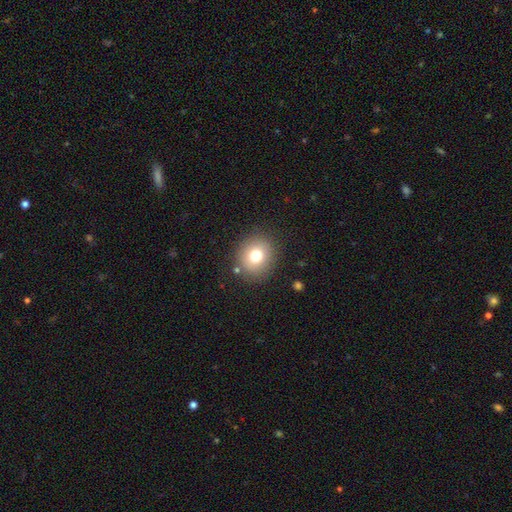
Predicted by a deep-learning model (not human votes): A smooth galaxy with no disk features (75%) that is round (79%).

Vote fractions:
- Smooth or featured? smooth: 75% / featured or disk: 12% / star or artifact: 12%
- How rounded? round: 79% / in between: 20% / cigar-shaped: 1%
- Merging? none: 85% / minor disturbance: 9% / major disturbance: 3% / merger: 2%